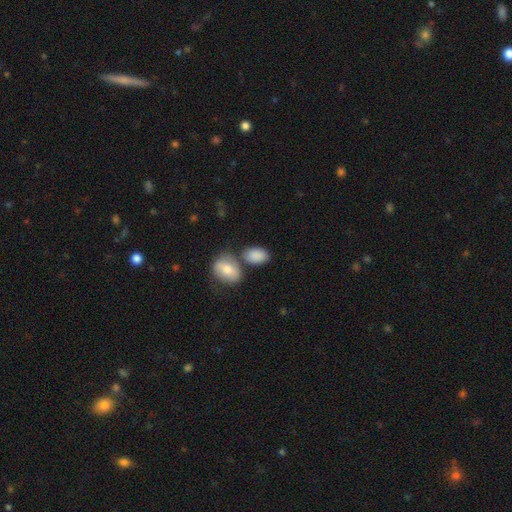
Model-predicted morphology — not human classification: This appears to be a smooth galaxy with no disk features (86%) that is in between round and cigar-shaped (87%). Merging: none (59%).